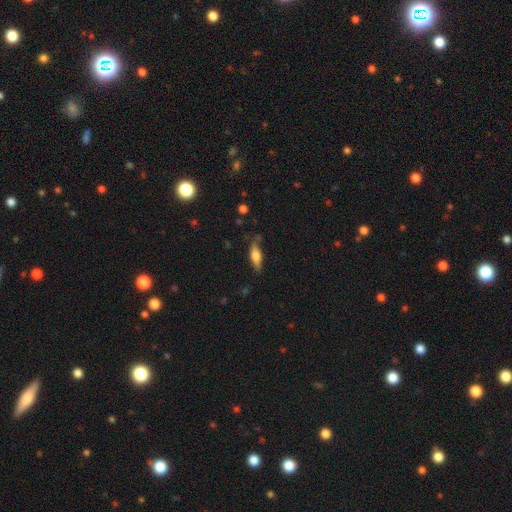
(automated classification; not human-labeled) Q: Smooth or featured?
A: smooth (65%); runner-up: featured or disk (29%)
Q: How rounded?
A: cigar-shaped (49%); runner-up: in between (48%)
Q: Merging?
A: none (75%); runner-up: minor disturbance (19%)